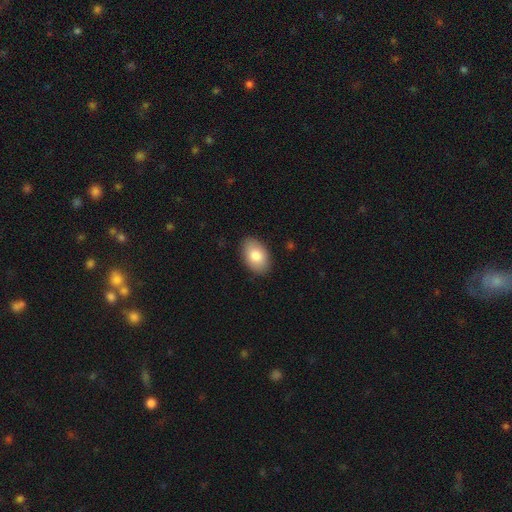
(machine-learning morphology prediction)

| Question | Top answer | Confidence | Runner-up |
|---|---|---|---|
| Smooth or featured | smooth | 83% | featured or disk (11%) |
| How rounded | in between | 91% | round (8%) |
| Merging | none | 88% | minor disturbance (9%) |